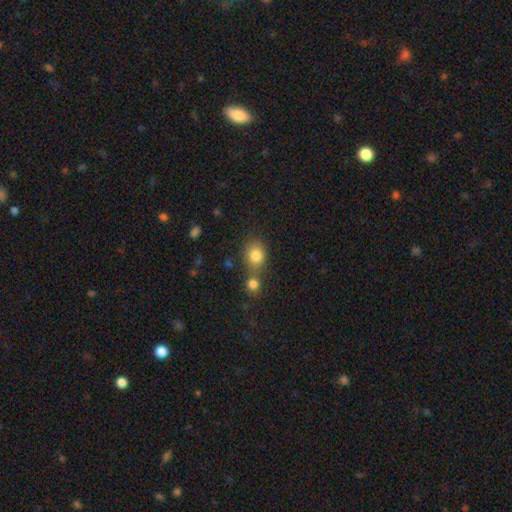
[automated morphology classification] Smooth or featured?
  - smooth: 81% *
  - star or artifact: 11%
  - featured or disk: 8%
How rounded?
  - round: 62% *
  - in between: 37%
  - cigar-shaped: 1%
Merging?
  - none: 50% *
  - merger: 34%
  - minor disturbance: 11%
  - major disturbance: 4%